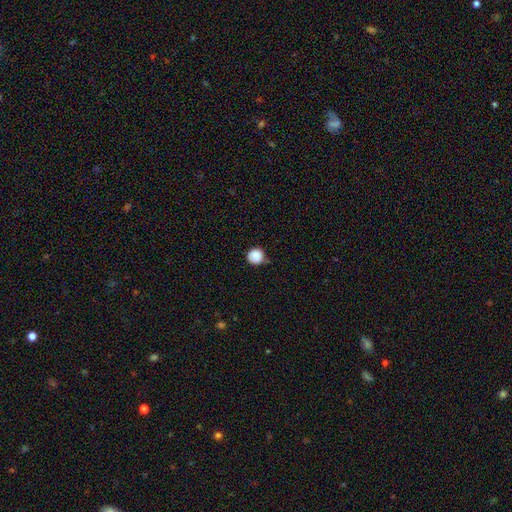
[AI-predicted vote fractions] A smooth galaxy with no disk features (86%) that is round (91%). Merging: none (71%).